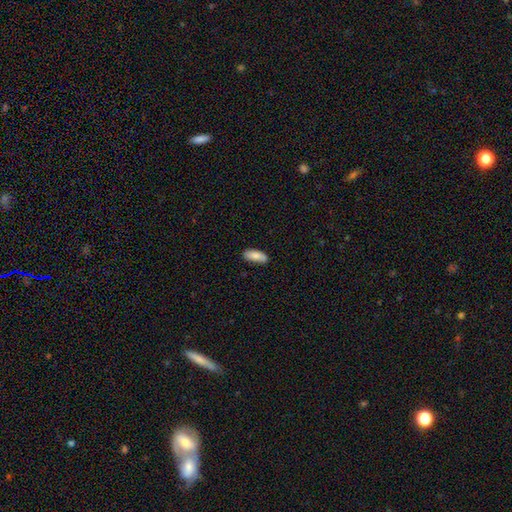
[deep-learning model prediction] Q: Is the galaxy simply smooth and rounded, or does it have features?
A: smooth — 82%.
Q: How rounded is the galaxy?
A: in between — 81%.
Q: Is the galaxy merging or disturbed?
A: none — 81%.